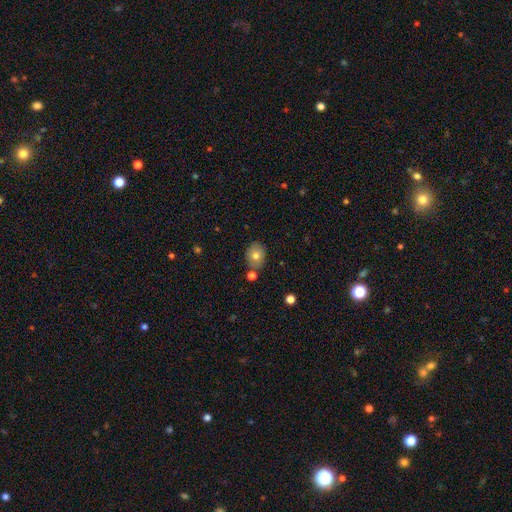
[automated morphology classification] smooth-or-featured: smooth: 72% | featured or disk: 18% | star or artifact: 9%
  how-rounded: in between: 59% | round: 40% | cigar-shaped: 1%
  merging: none: 74% | minor disturbance: 13% | merger: 10% | major disturbance: 3%